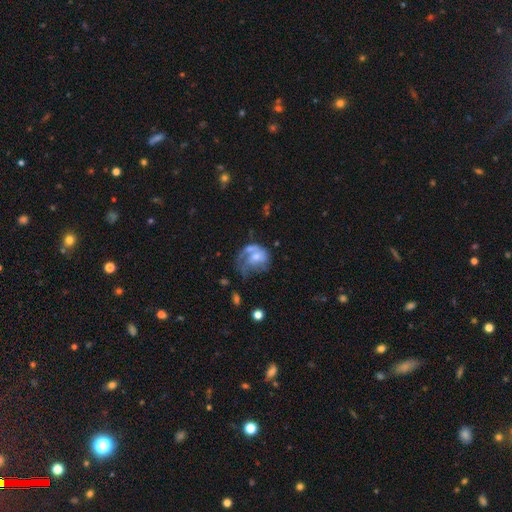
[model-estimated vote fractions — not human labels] smooth-or-featured: featured or disk: 60% | smooth: 32% | star or artifact: 8%
  disk-edge-on: no: 97% | yes: 3%
    bar: no: 66% | weak: 29% | strong: 5%
    has-spiral-arms: yes: 66% | no: 34%
    bulge-size: moderate: 41% | small: 34% | none: 15% | large: 8% | dominant: 2%
  merging: major disturbance: 41% | none: 30% | minor disturbance: 22% | merger: 7%